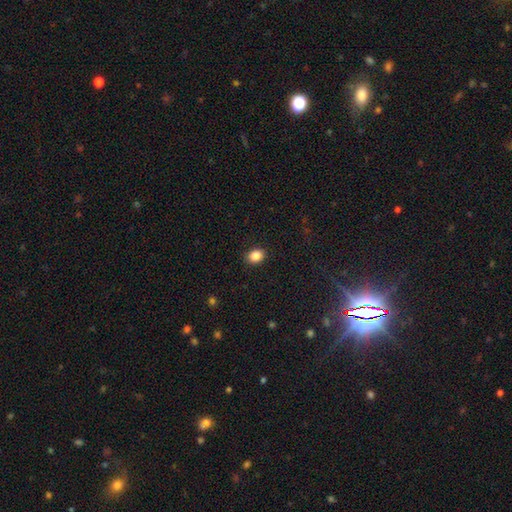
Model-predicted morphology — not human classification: Smooth or featured: smooth — 86% (star or artifact — 10%)
How rounded: in between — 59% (round — 40%)
Merging: none — 89% (minor disturbance — 8%)